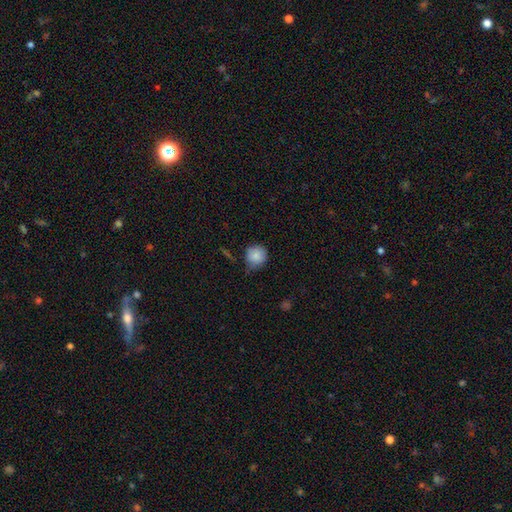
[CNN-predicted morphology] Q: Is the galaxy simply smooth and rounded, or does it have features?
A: smooth — 86%.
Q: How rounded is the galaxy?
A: round — 91%.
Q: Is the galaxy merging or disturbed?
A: none — 68%.